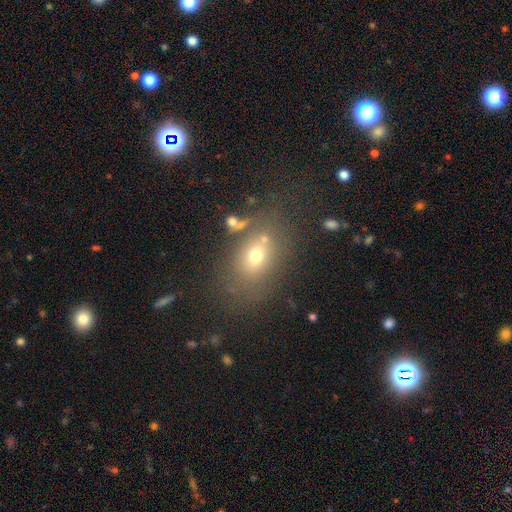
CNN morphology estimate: Q: Smooth or featured?
A: smooth (65%); runner-up: star or artifact (18%)
Q: How rounded?
A: in between (71%); runner-up: round (27%)
Q: Merging?
A: none (68%); runner-up: minor disturbance (15%)